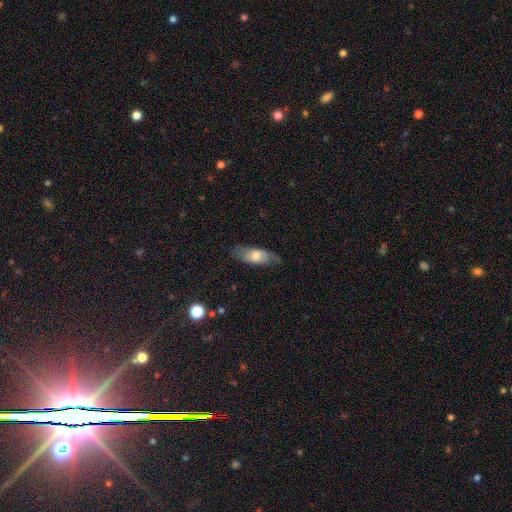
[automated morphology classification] type=smooth (62%); roundness=in between (74%); merging=none (73%).